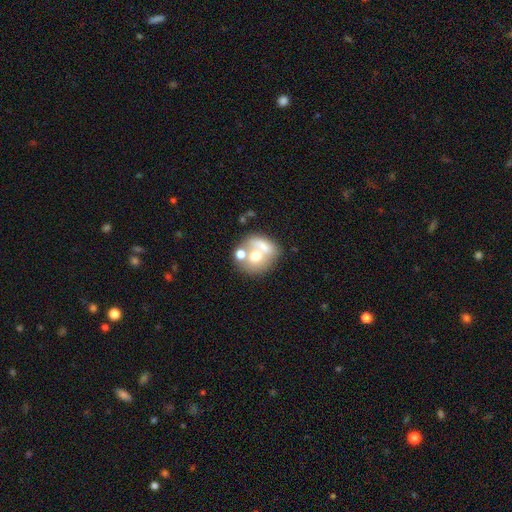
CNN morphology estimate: Q: Smooth or featured?
A: smooth (55%); runner-up: featured or disk (34%)
Q: How rounded?
A: round (73%); runner-up: in between (26%)
Q: Merging?
A: merger (44%); runner-up: none (36%)